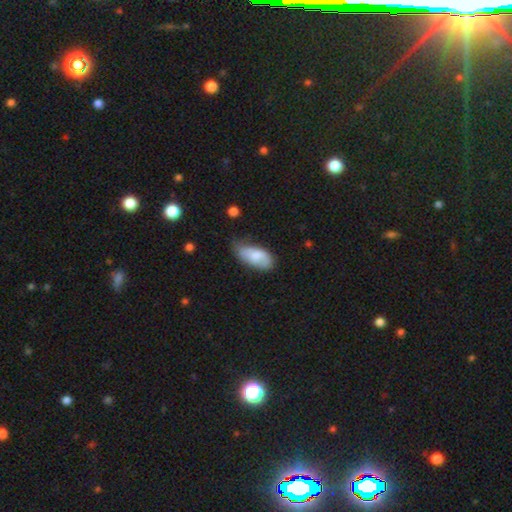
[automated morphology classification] smooth_or_featured: smooth (p=0.75) [alt: featured or disk p=0.19]
how_rounded: in between (p=0.92) [alt: cigar-shaped p=0.05]
merging: none (p=0.44) [alt: minor disturbance p=0.42]